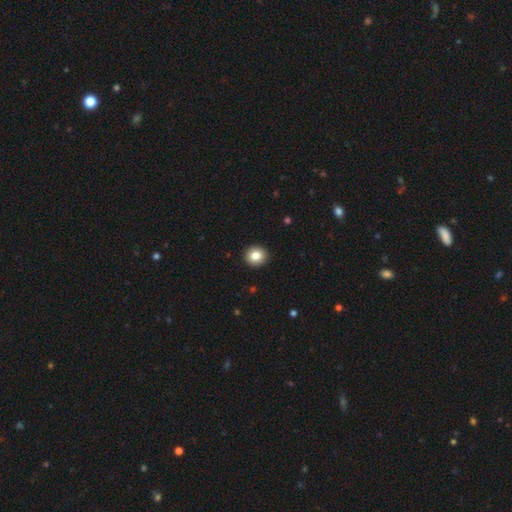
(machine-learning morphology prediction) smooth_or_featured: smooth (p=0.83) [alt: star or artifact p=0.09]
how_rounded: round (p=0.89) [alt: in between p=0.10]
merging: none (p=0.93) [alt: minor disturbance p=0.05]